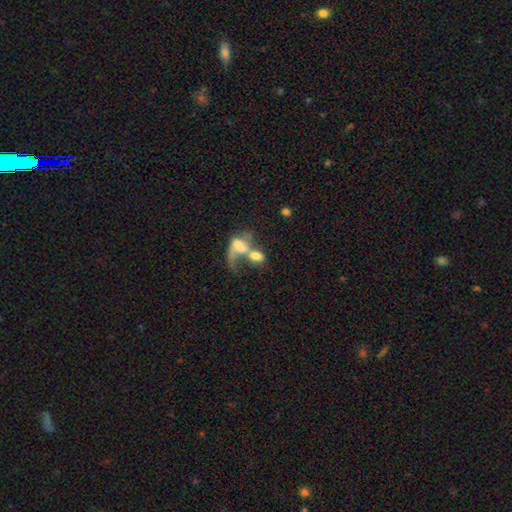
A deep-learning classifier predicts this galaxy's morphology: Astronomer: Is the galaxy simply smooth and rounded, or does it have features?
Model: smooth — 49% (runner-up: featured or disk, 40%).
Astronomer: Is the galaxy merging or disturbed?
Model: merger — 70%.